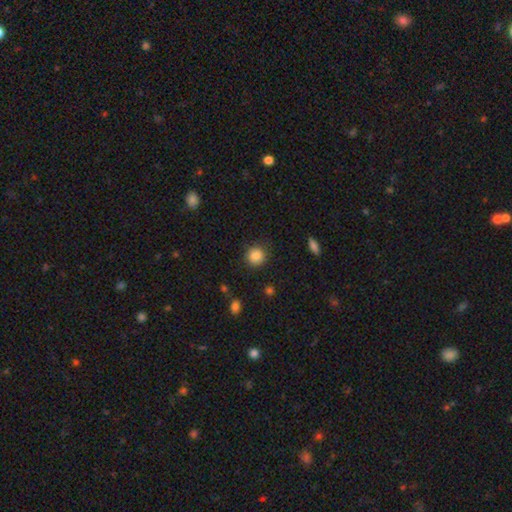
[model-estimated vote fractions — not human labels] Smooth or featured? smooth (86%)
How rounded? round (90%)
Merging? none (87%)